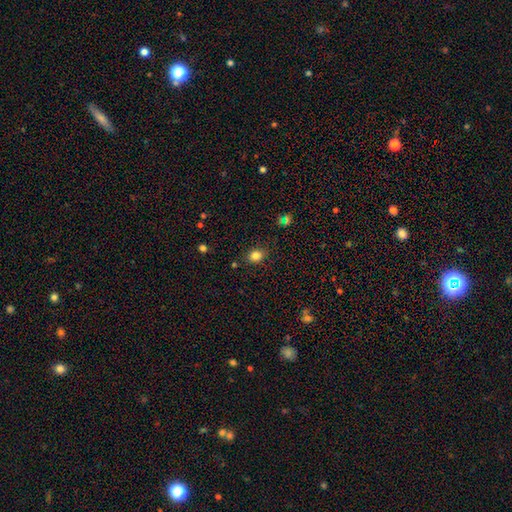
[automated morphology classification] smooth 82%, star or artifact 12%, featured or disk 5%. Down the decision tree: how rounded — round (54%); merging — none (83%).